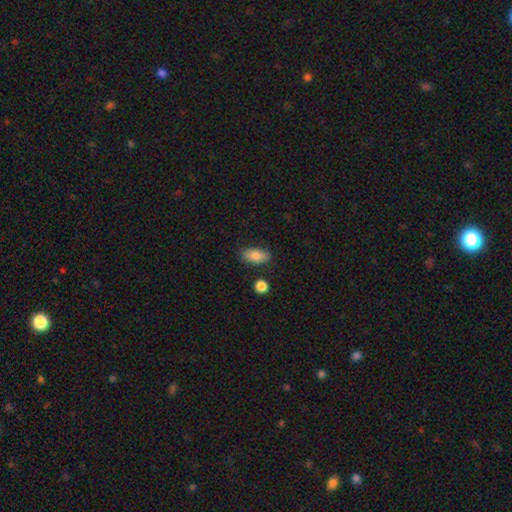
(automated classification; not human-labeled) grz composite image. It shows a smooth galaxy with no disk features (80%) that is in between round and cigar-shaped (86%). Merging: none (81%).